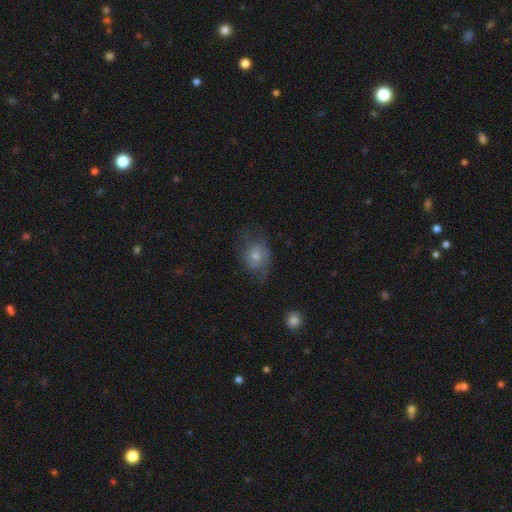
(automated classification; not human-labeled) smooth-or-featured: featured or disk: 50% | smooth: 37% | star or artifact: 13%
  disk-edge-on: no: 96% | yes: 4%
  merging: none: 60% | minor disturbance: 23% | major disturbance: 15% | merger: 1%